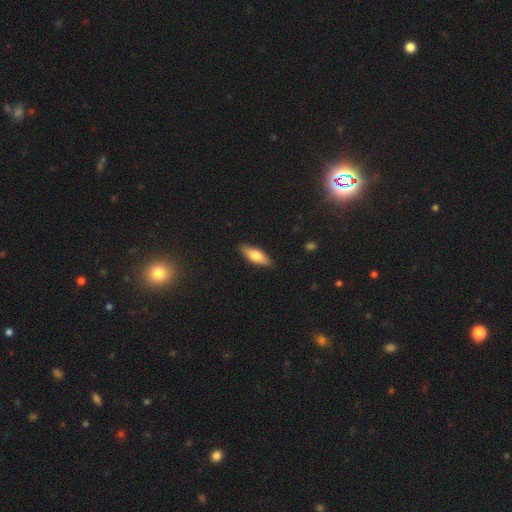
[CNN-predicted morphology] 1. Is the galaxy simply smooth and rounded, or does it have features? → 70% smooth, 24% featured or disk, 6% star or artifact.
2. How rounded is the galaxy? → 63% in between, 35% cigar-shaped, 2% round.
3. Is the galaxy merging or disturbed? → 87% none, 10% minor disturbance, 2% major disturbance, 1% merger.